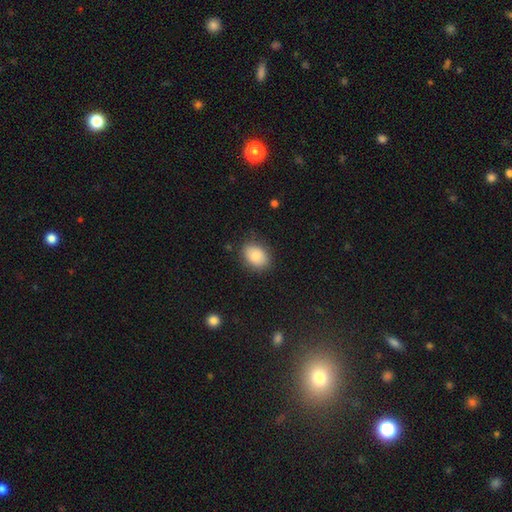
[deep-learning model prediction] Smooth or featured: smooth — 85% (featured or disk — 8%)
How rounded: in between — 74% (round — 25%)
Merging: none — 82% (minor disturbance — 13%)